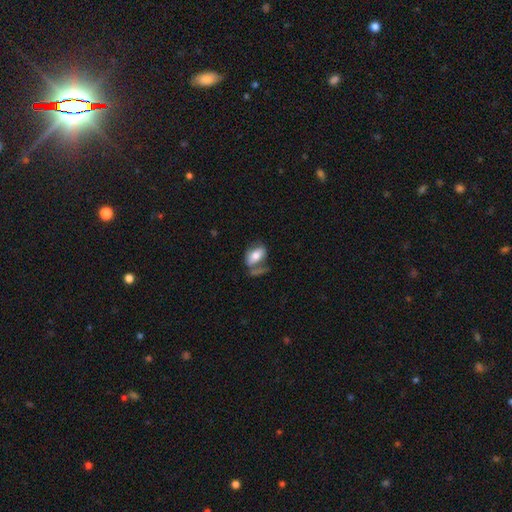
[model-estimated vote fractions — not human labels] Smooth or featured? Predicted: smooth (p=0.69). How rounded? Predicted: in between (p=0.89). Merging? Predicted: none (p=0.43).